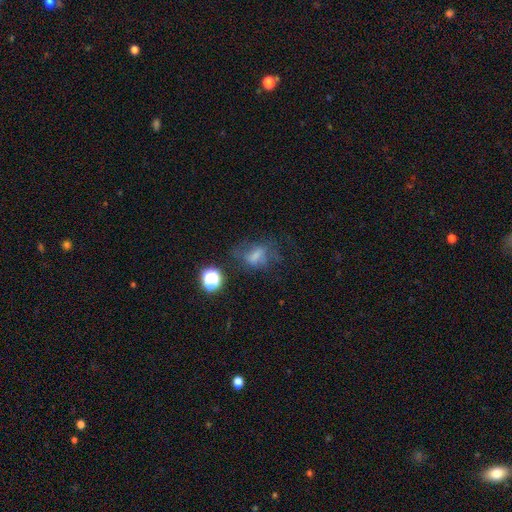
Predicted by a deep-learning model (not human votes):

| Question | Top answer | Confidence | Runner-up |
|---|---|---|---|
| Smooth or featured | smooth | 46% | featured or disk (31%) |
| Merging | none | 43% | major disturbance (29%) |